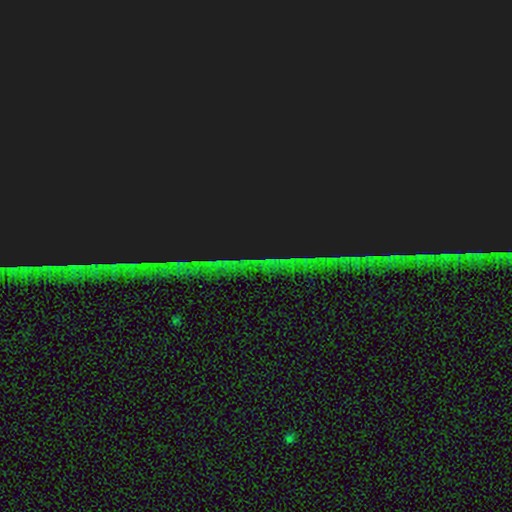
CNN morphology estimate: The model was most divided on "smooth or featured": star or artifact: 85%, featured or disk: 8%, smooth: 7%.